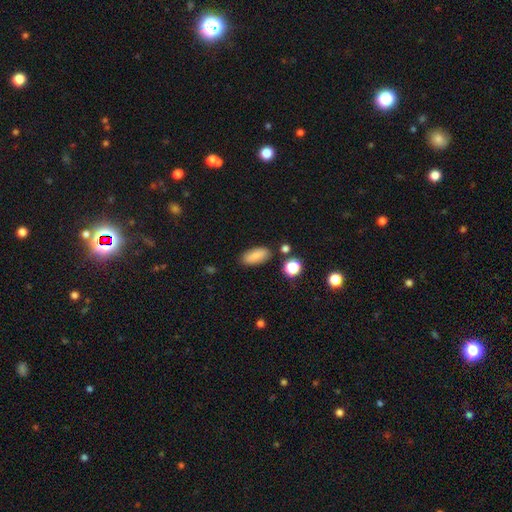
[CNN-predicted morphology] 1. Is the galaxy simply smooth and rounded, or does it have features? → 83% smooth, 9% star or artifact, 8% featured or disk.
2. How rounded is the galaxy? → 83% in between, 13% cigar-shaped, 4% round.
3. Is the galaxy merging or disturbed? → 84% none, 10% minor disturbance, 3% merger, 3% major disturbance.